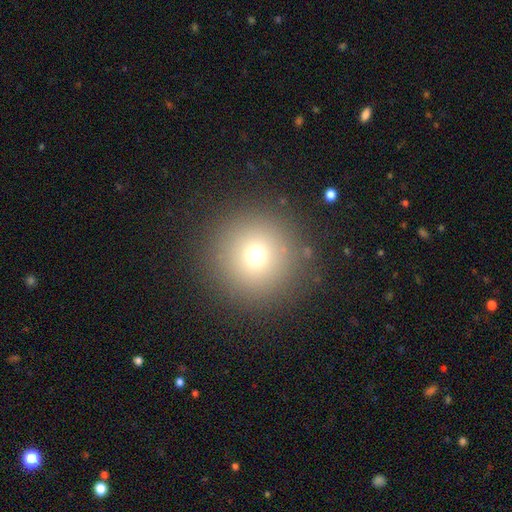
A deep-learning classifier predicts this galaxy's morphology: This is likely a smooth galaxy (71%). How rounded: clearly round (96%). Merging: clearly none (89%).